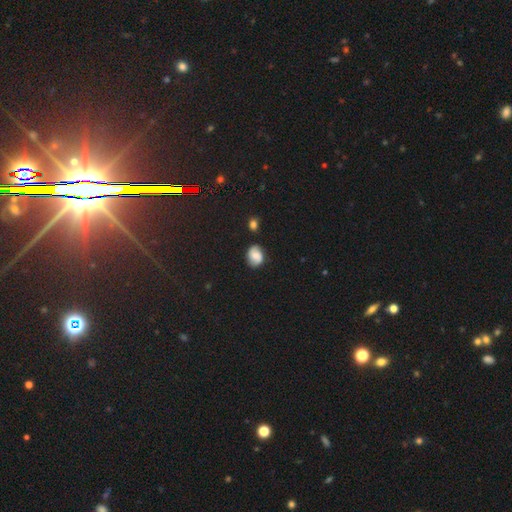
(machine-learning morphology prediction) Smooth or featured?
  - smooth: 60% *
  - featured or disk: 29%
  - star or artifact: 11%
How rounded?
  - in between: 61% *
  - round: 38%
  - cigar-shaped: 1%
Merging?
  - none: 73% *
  - minor disturbance: 19%
  - major disturbance: 4%
  - merger: 4%